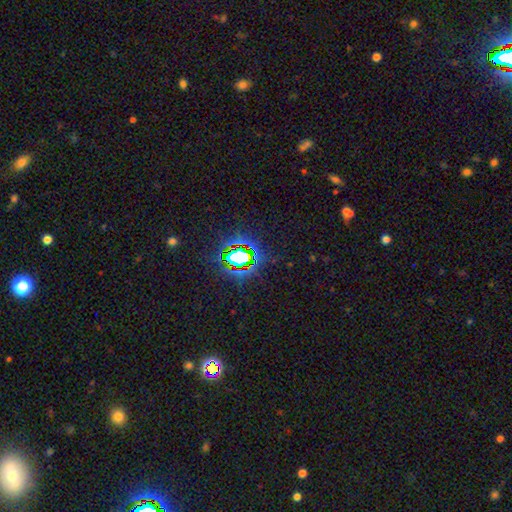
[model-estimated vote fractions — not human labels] Smooth or featured? star or artifact (80%)